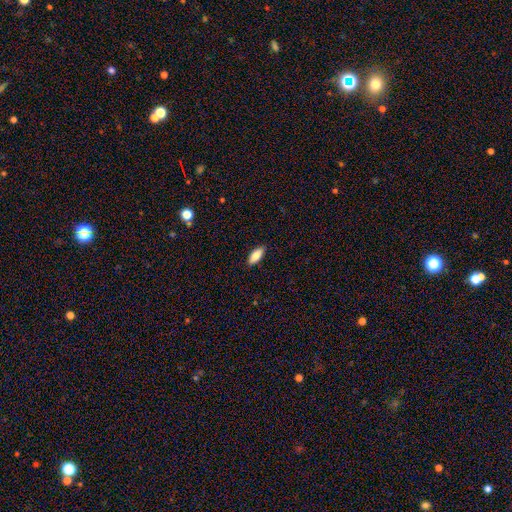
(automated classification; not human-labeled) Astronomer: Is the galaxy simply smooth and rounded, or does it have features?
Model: smooth — 82%.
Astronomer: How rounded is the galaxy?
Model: in between — 81%.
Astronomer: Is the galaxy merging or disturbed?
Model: none — 89%.